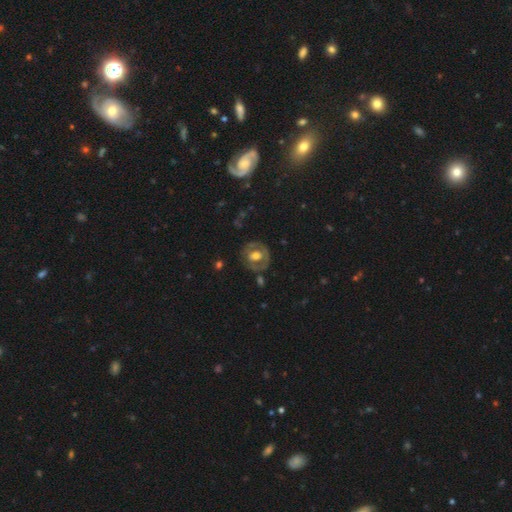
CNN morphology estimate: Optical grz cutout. It shows a featured or disk galaxy (54%) with no bar (66%), no spiral arms (76%) and a moderate central bulge (61%). Merging: none (72%).